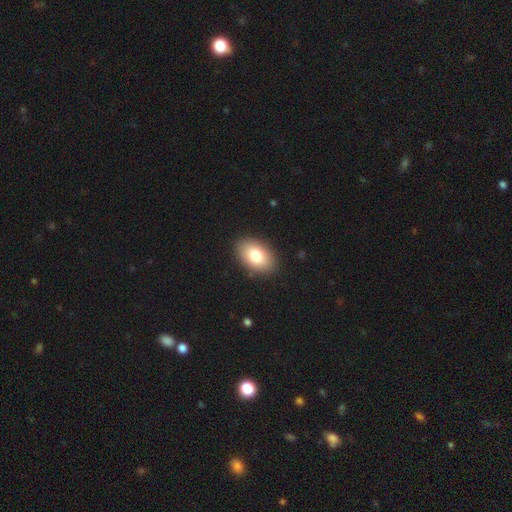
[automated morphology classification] Smooth or featured? Predicted: smooth (p=0.82). How rounded? Predicted: in between (p=0.90). Merging? Predicted: none (p=0.88).